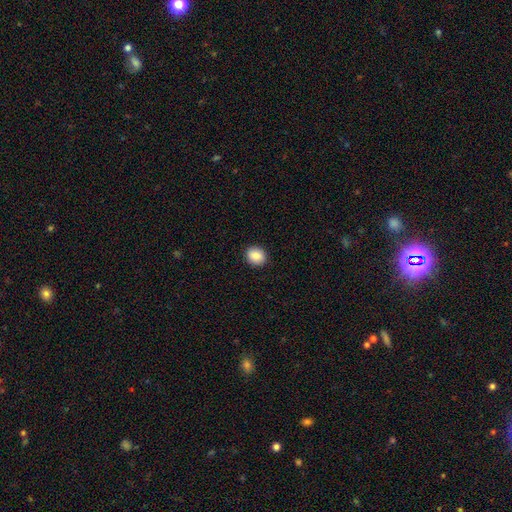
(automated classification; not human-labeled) smooth_or_featured: smooth (p=0.88) [alt: star or artifact p=0.08]
how_rounded: round (p=0.61) [alt: in between p=0.38]
merging: none (p=0.91) [alt: minor disturbance p=0.06]